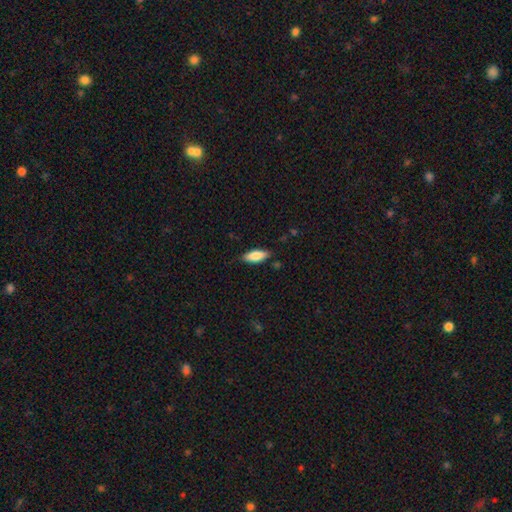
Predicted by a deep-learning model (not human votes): smooth_or_featured: smooth (p=0.83) [alt: featured or disk p=0.10]
how_rounded: in between (p=0.76) [alt: cigar-shaped p=0.22]
merging: none (p=0.81) [alt: minor disturbance p=0.15]